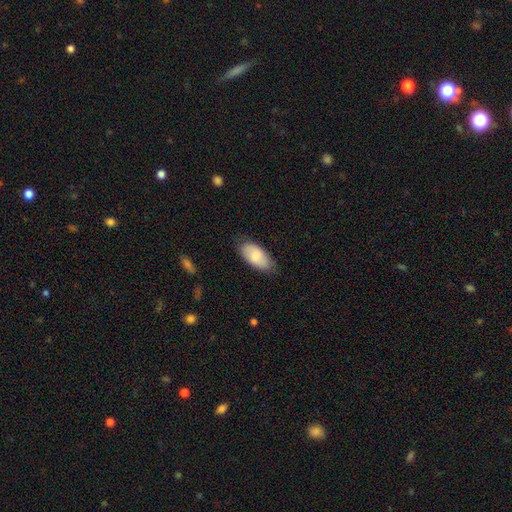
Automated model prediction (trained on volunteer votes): The model was most divided on "merging": none: 78%, minor disturbance: 17%, major disturbance: 3%, merger: 1%. More confident: how rounded — in between (93%); smooth or featured — smooth (82%).